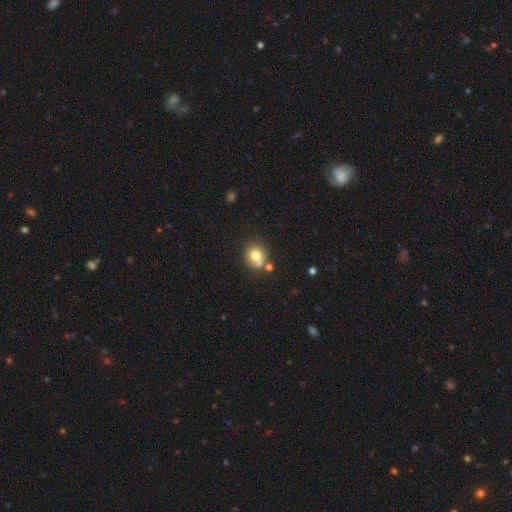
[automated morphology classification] Overall: smooth (74%). How rounded: round (81%). Merging: none (56%; merger 27%).